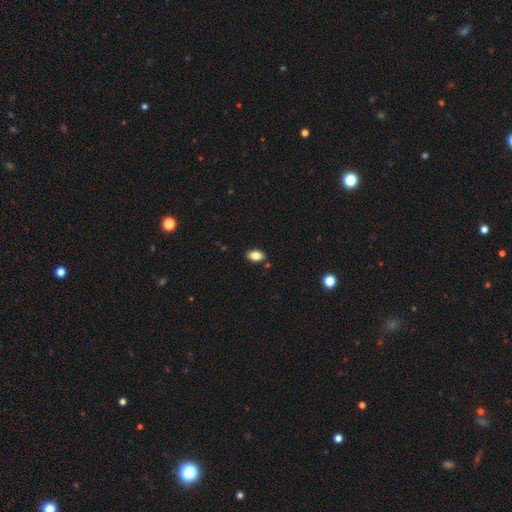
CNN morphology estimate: Smooth or featured? Predicted: smooth (p=0.82). How rounded? Predicted: in between (p=0.91). Merging? Predicted: none (p=0.87).